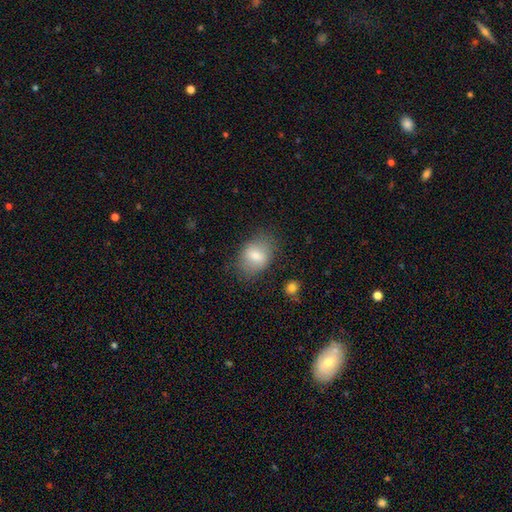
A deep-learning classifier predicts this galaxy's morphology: Q: Smooth or featured?
A: smooth (76%); runner-up: featured or disk (16%)
Q: How rounded?
A: in between (70%); runner-up: round (29%)
Q: Merging?
A: none (71%); runner-up: minor disturbance (20%)